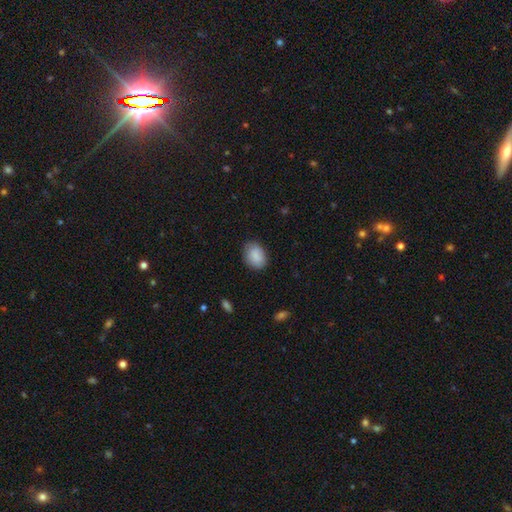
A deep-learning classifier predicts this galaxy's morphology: smooth_or_featured: smooth (p=0.86) [alt: featured or disk p=0.07]
how_rounded: in between (p=0.72) [alt: round p=0.27]
merging: none (p=0.78) [alt: minor disturbance p=0.17]